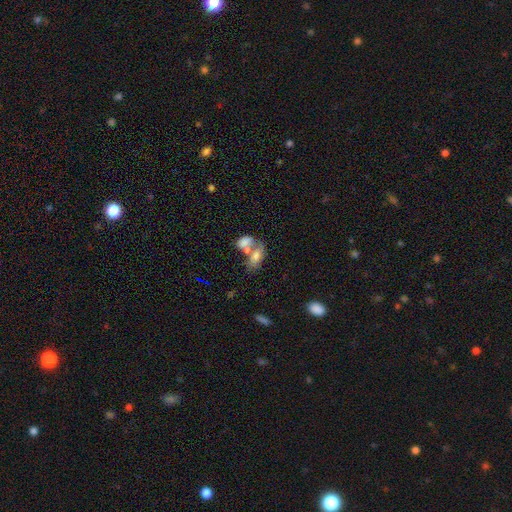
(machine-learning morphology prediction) A smooth galaxy with no disk features (70%) that is in between round and cigar-shaped (88%). Merging: merger (62%).